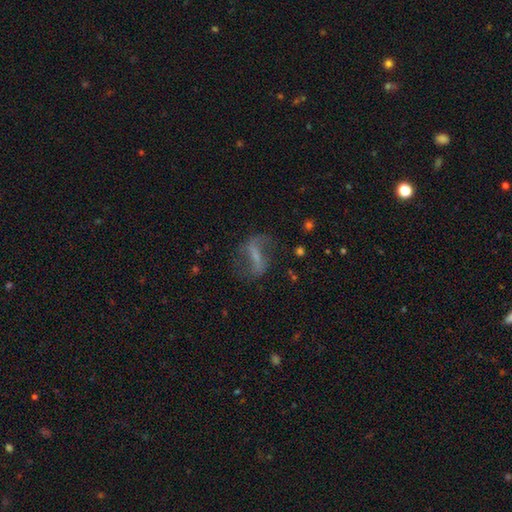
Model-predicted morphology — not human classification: Smooth or featured? featured or disk (66%)
Edge-on disk? no (91%)
Bar? strong (56%)
Spiral arms? yes (76%)
Bulge size? none (39%)
Merging? none (65%)